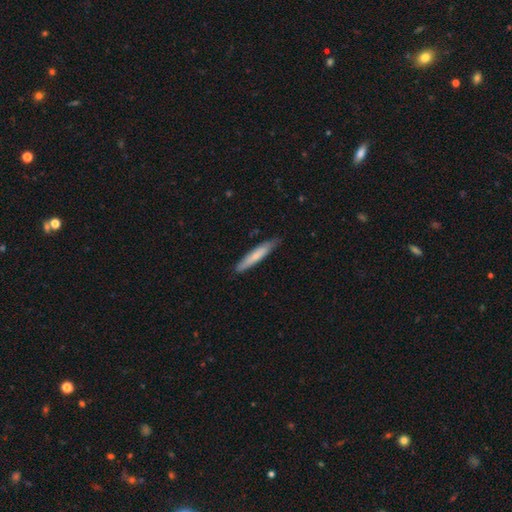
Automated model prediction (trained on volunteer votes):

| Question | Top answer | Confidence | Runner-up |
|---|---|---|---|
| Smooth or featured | smooth | 68% | featured or disk (27%) |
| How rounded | cigar-shaped | 91% | in between (8%) |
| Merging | none | 80% | minor disturbance (17%) |